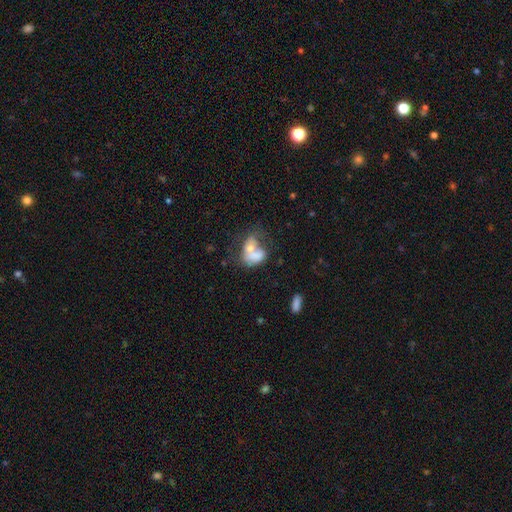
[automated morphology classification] A smooth galaxy with no disk features (61%) that is in between round and cigar-shaped (75%).

Vote fractions:
- Smooth or featured? smooth: 61% / featured or disk: 30% / star or artifact: 9%
- How rounded? in between: 75% / round: 23% / cigar-shaped: 1%
- Merging? merger: 57% / none: 16% / major disturbance: 15% / minor disturbance: 12%